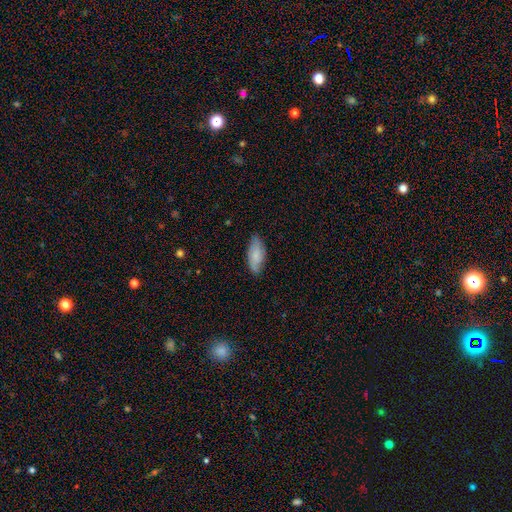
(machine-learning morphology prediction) This appears to be a smooth galaxy with no disk features (69%) that is in between round and cigar-shaped (85%). Merging: none (78%).